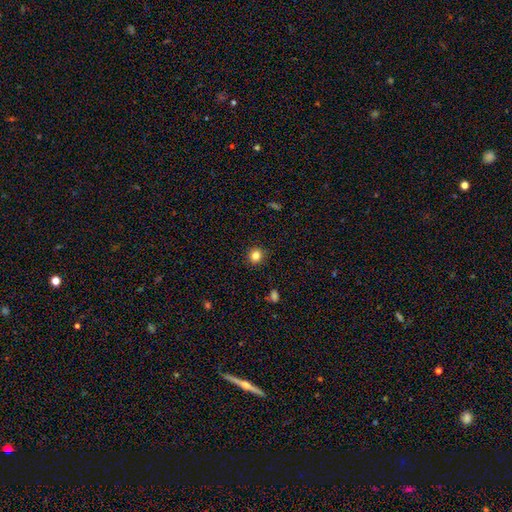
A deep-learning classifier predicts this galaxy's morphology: Overall: smooth (83%). How rounded: round (88%). Merging: none (91%).